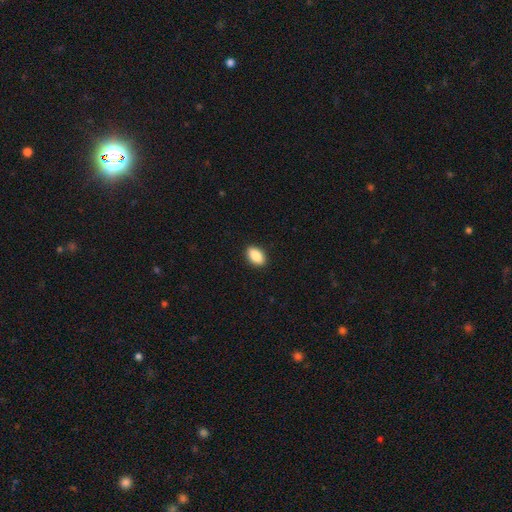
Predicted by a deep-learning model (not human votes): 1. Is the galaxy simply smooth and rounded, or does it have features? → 88% smooth, 7% star or artifact, 5% featured or disk.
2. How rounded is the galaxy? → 92% in between, 6% round, 2% cigar-shaped.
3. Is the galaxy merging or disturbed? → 91% none, 7% minor disturbance, 2% major disturbance, 1% merger.